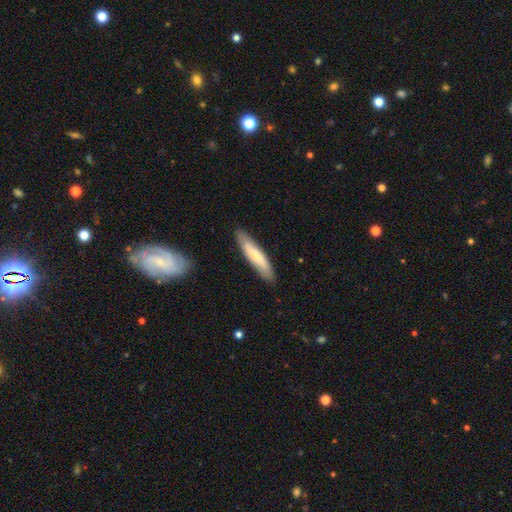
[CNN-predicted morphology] The model was most divided on "smooth or featured": smooth: 68%, featured or disk: 27%, star or artifact: 5%. More confident: merging — none (87%); how rounded — cigar-shaped (85%).